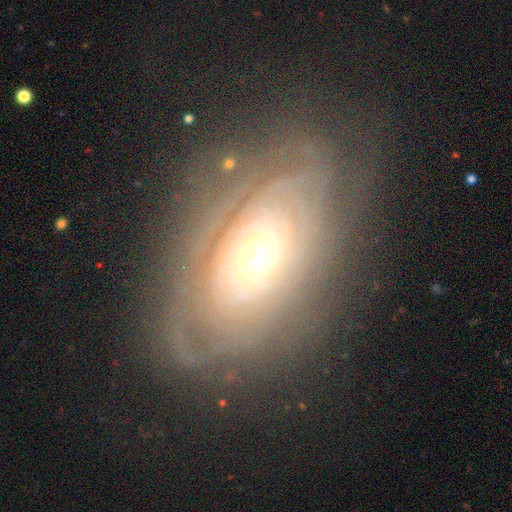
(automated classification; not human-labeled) Morphology: type=featured or disk (80%); edge-on=no (92%); bar=no (79%); spiral arms=yes (80%); winding=tight (80%); arm count=can't tell (54%); bulge=moderate (59%); merging=none (72%).